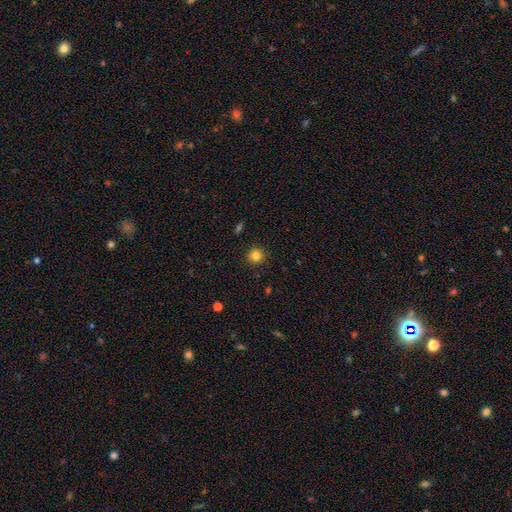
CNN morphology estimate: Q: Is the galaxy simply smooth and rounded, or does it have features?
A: smooth — 83%.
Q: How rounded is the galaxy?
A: round — 94%.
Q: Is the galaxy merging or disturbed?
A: none — 92%.